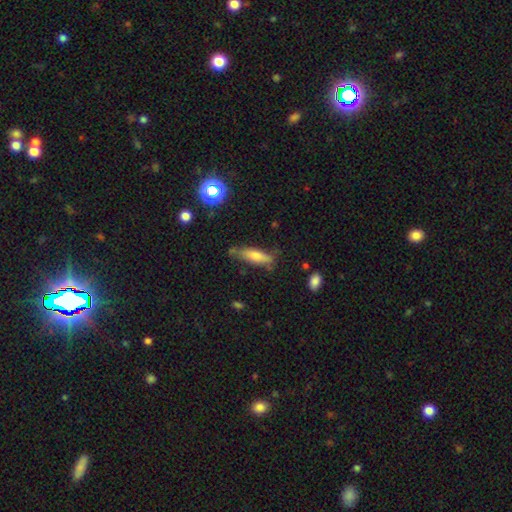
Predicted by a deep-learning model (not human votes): A smooth galaxy with no disk features (63%) that is cigar-shaped (62%).

Vote fractions:
- Smooth or featured? smooth: 63% / featured or disk: 28% / star or artifact: 9%
- How rounded? cigar-shaped: 62% / in between: 36% / round: 2%
- Merging? none: 66% / minor disturbance: 24% / major disturbance: 6% / merger: 4%